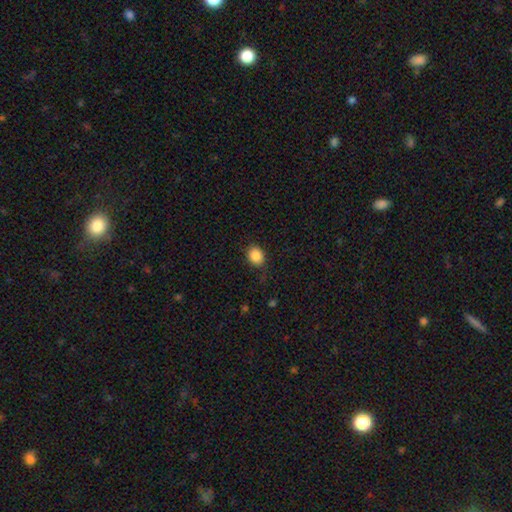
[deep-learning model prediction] A smooth galaxy with no disk features (87%) that is round (56%).

Vote fractions:
- Smooth or featured? smooth: 87% / star or artifact: 9% / featured or disk: 4%
- How rounded? round: 56% / in between: 43% / cigar-shaped: 1%
- Merging? none: 80% / minor disturbance: 15% / major disturbance: 4% / merger: 1%